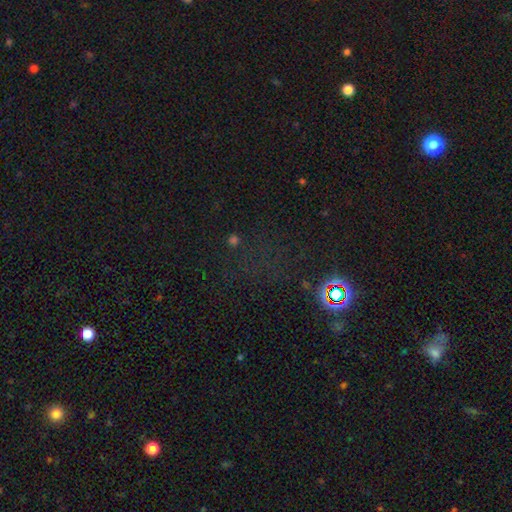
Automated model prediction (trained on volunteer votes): smooth-or-featured: star or artifact: 67% | smooth: 23% | featured or disk: 10%